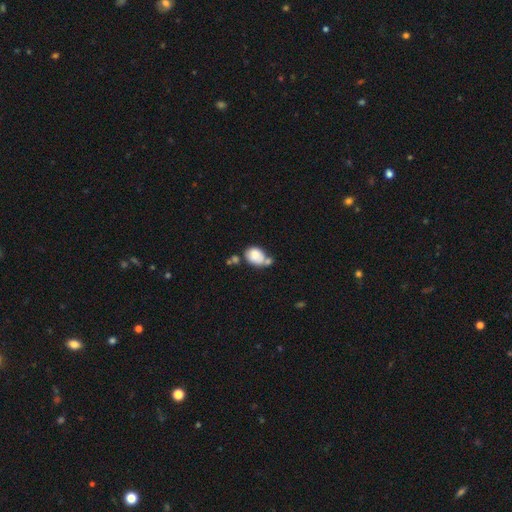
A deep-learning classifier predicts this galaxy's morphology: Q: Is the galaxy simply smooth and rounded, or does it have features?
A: smooth — 76%.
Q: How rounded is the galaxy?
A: in between — 68%.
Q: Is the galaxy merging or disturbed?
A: merger — 42%.